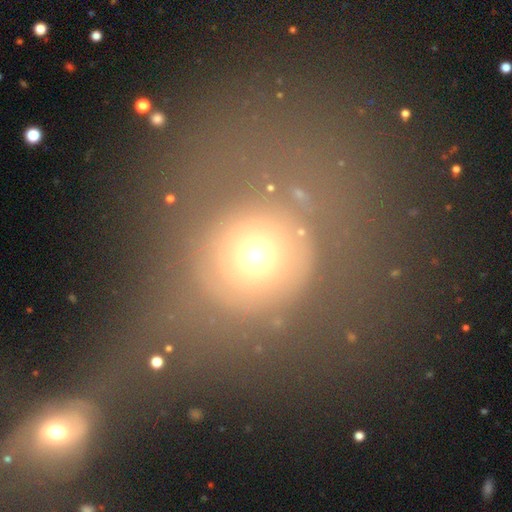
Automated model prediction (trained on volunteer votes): Overall: smooth (60%; featured or disk 24%). How rounded: round (83%). Merging: none (50%; major disturbance 28%).